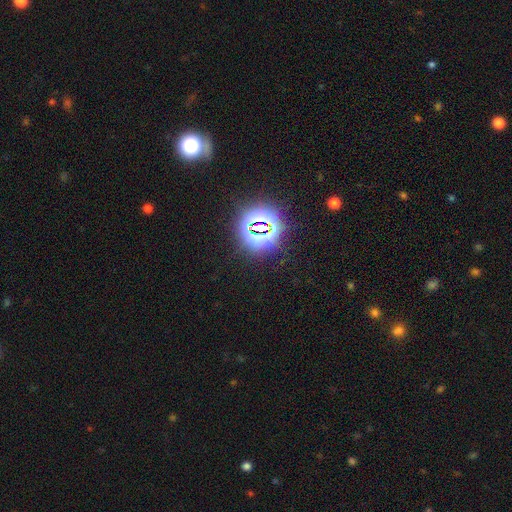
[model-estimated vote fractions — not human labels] A star or artifact, not a galaxy (81%).

Vote fractions:
- Smooth or featured? star or artifact: 81% / smooth: 13% / featured or disk: 6%